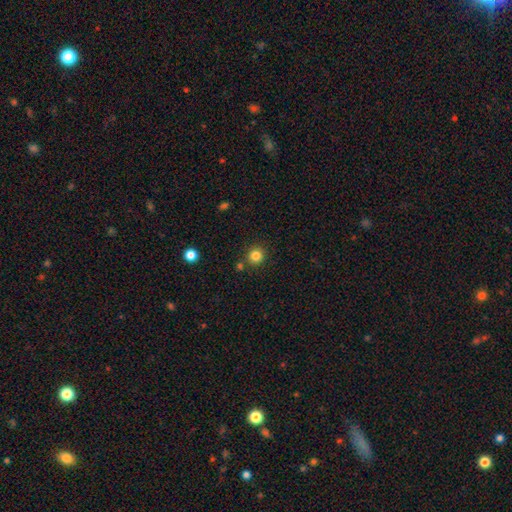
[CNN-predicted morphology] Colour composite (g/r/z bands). It shows a smooth galaxy with no disk features (83%) that is round (91%). Merging: none (83%).